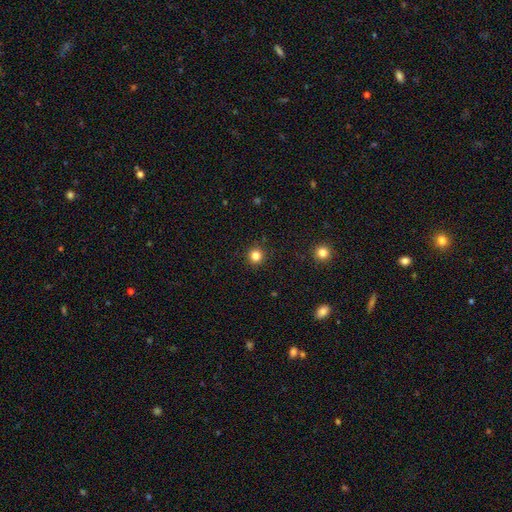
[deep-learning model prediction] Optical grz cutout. It shows a smooth galaxy with no disk features (82%) that is round (95%). Merging: none (92%).